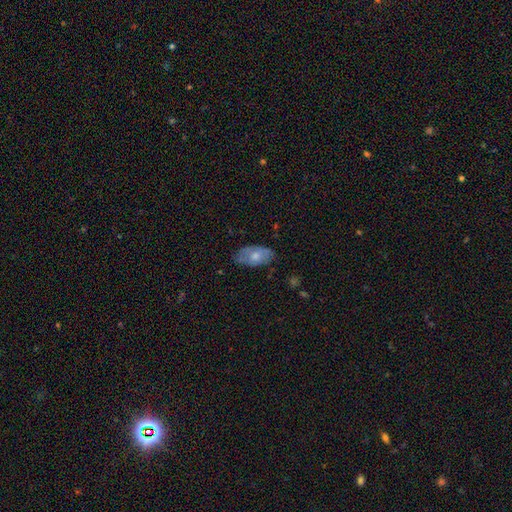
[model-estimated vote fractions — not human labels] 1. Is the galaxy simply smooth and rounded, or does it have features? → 65% smooth, 28% featured or disk, 6% star or artifact.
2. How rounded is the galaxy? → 93% in between, 4% round, 3% cigar-shaped.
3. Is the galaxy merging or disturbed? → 64% none, 27% minor disturbance, 7% major disturbance, 2% merger.